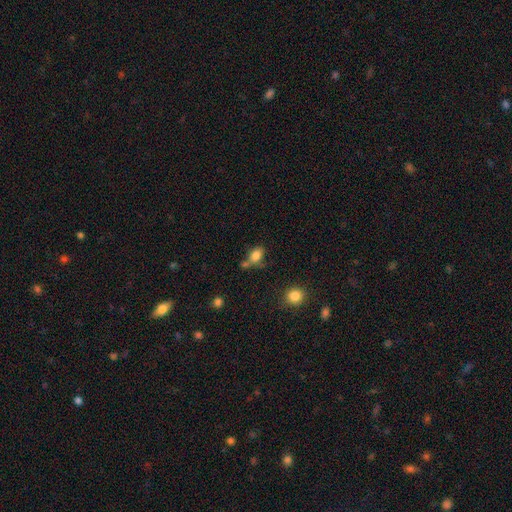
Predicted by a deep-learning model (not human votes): A smooth galaxy with no disk features (81%) that is in between round and cigar-shaped (76%).

Vote fractions:
- Smooth or featured? smooth: 81% / star or artifact: 11% / featured or disk: 8%
- How rounded? in between: 76% / round: 21% / cigar-shaped: 2%
- Merging? none: 46% / merger: 27% / minor disturbance: 19% / major disturbance: 8%